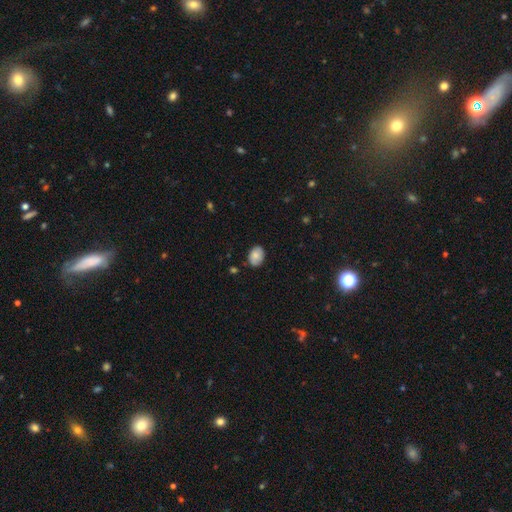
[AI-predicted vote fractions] smooth_or_featured: smooth (p=0.79) [alt: featured or disk p=0.13]
how_rounded: in between (p=0.76) [alt: round p=0.23]
merging: none (p=0.80) [alt: minor disturbance p=0.16]